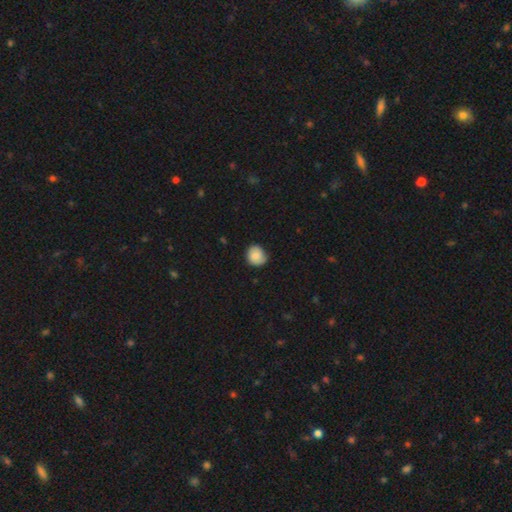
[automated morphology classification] Smooth or featured? smooth (83%)
How rounded? round (78%)
Merging? none (72%)